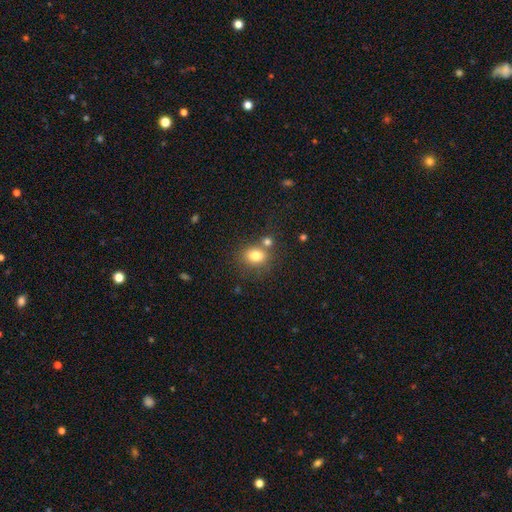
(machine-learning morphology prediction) Overall: smooth (79%). How rounded: in between (52%; round 47%). Merging: none (57%; merger 24%).